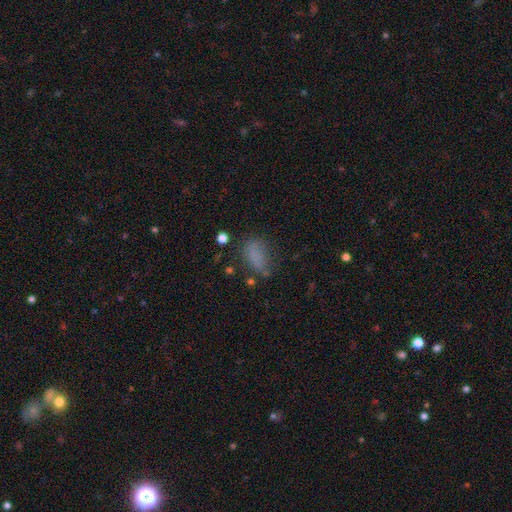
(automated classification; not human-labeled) smooth_or_featured: smooth (p=0.74) [alt: star or artifact p=0.15]
how_rounded: in between (p=0.83) [alt: round p=0.10]
merging: none (p=0.53) [alt: minor disturbance p=0.26]